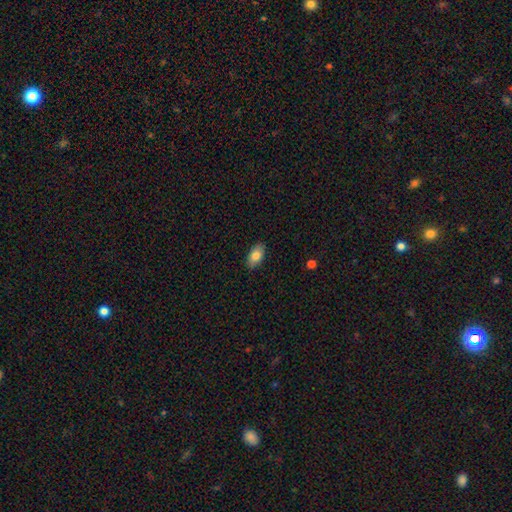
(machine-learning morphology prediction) Smooth or featured? smooth (82%)
How rounded? in between (92%)
Merging? none (88%)